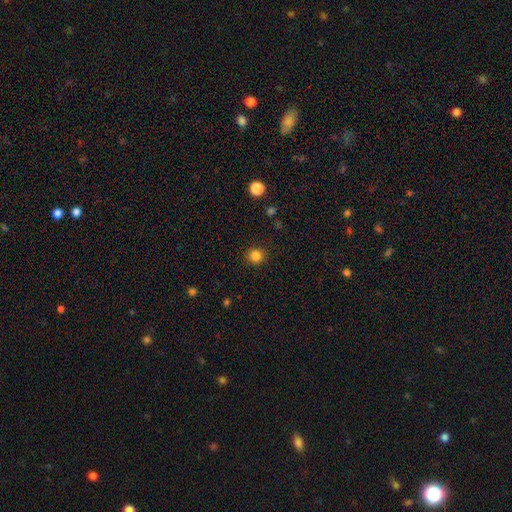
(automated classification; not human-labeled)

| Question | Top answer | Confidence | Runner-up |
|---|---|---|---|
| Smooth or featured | smooth | 83% | star or artifact (13%) |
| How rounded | round | 93% | in between (6%) |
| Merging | none | 92% | minor disturbance (5%) |